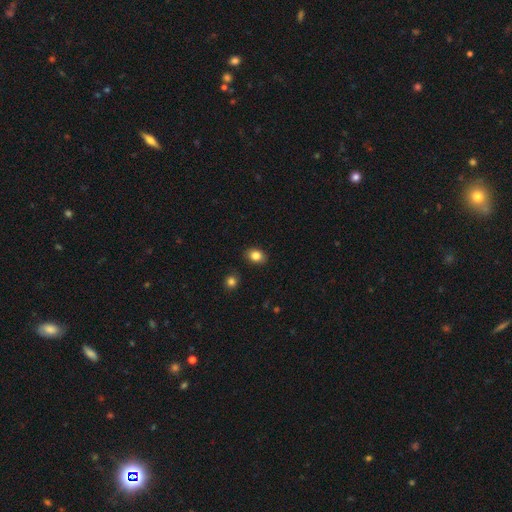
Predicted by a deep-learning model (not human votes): Overall: smooth (84%). How rounded: in between (65%; round 34%). Merging: none (88%).